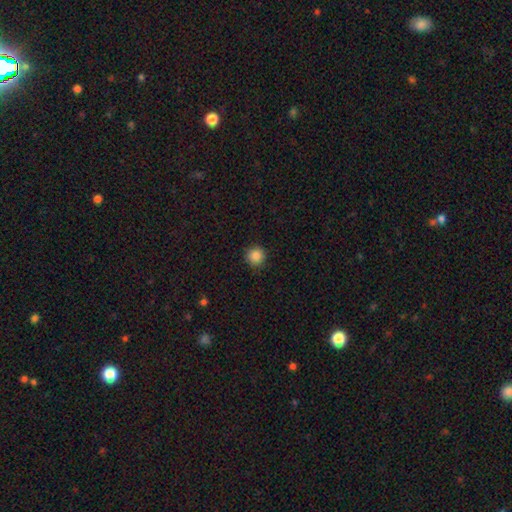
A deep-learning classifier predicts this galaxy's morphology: A smooth galaxy with no disk features (87%) that is round (95%). Merging: none (91%).